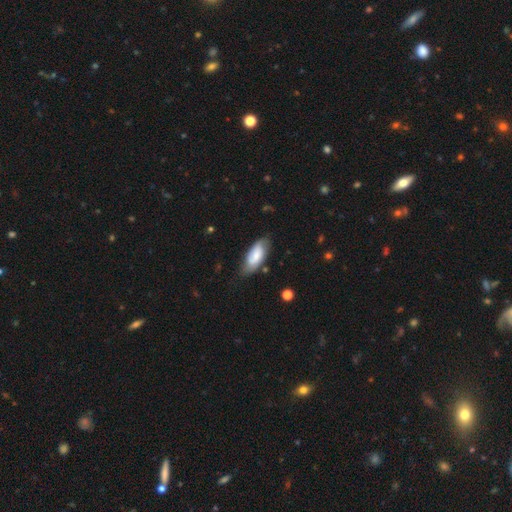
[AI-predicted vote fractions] This appears to be a smooth galaxy with no disk features (58%) that is in between round and cigar-shaped (85%). Merging: none (70%).